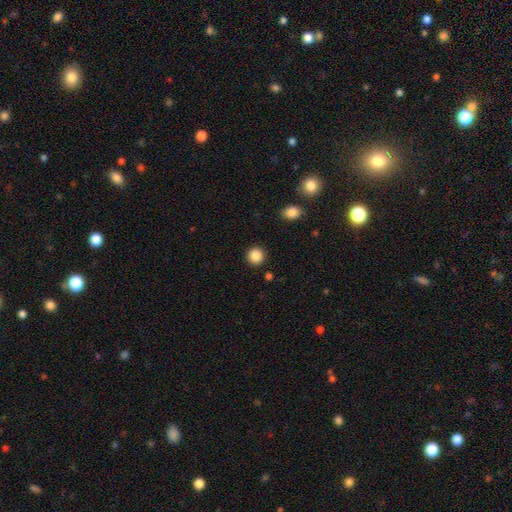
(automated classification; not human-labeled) This is clearly a smooth galaxy (87%). How rounded: clearly round (92%). Merging: clearly none (92%).